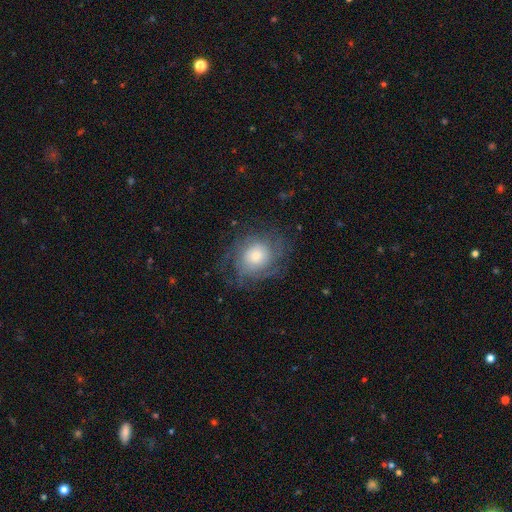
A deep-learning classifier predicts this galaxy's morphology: This is possibly a featured or disk galaxy (54%). It is clearly not viewed edge-on (97%). Bar: clearly no (83%). Spiral arm pattern: likely yes (79%). Central bulge: marginally moderate (44%). Merging: likely none (68%).